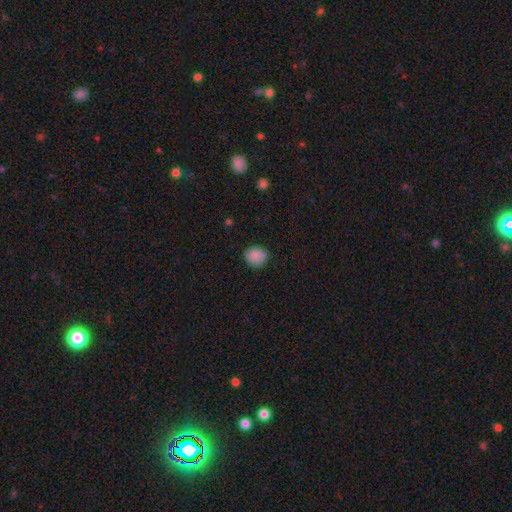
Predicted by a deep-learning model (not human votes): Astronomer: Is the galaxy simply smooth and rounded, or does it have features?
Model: smooth — 87%.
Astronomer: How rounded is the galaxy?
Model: round — 77%.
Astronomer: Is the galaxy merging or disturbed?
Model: none — 81%.